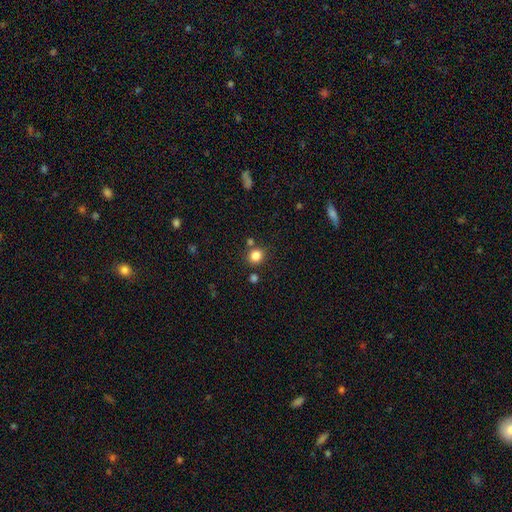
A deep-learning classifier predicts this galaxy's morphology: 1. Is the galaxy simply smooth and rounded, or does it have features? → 83% smooth, 12% star or artifact, 5% featured or disk.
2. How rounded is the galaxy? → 82% round, 18% in between, 1% cigar-shaped.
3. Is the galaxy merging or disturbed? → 78% none, 9% merger, 9% minor disturbance, 3% major disturbance.